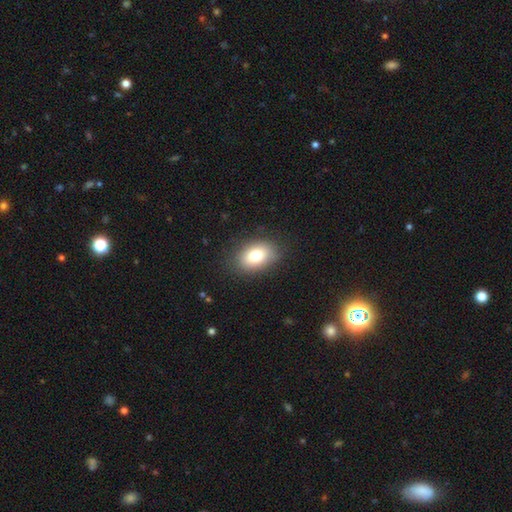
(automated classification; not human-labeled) Smooth or featured? smooth (80%)
How rounded? in between (85%)
Merging? none (85%)